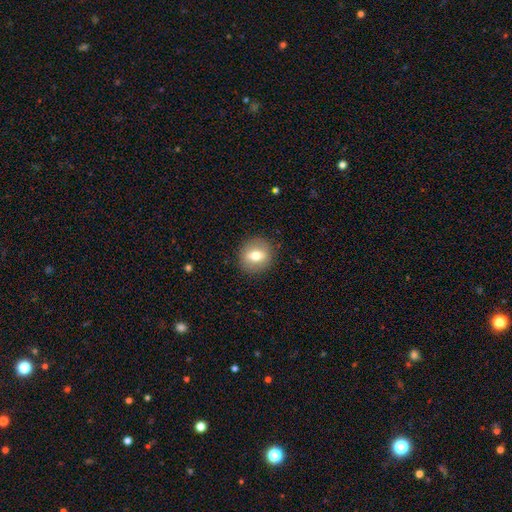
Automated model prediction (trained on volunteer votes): Smooth or featured?
  - smooth: 66% *
  - featured or disk: 25%
  - star or artifact: 9%
How rounded?
  - round: 82% *
  - in between: 16%
  - cigar-shaped: 1%
Merging?
  - none: 89% *
  - minor disturbance: 7%
  - major disturbance: 3%
  - merger: 1%